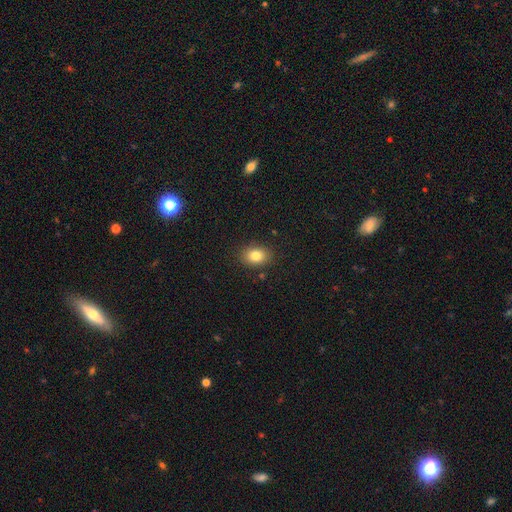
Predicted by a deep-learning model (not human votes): A smooth galaxy with no disk features (82%) that is in between round and cigar-shaped (65%).

Vote fractions:
- Smooth or featured? smooth: 82% / star or artifact: 10% / featured or disk: 8%
- How rounded? in between: 65% / round: 34% / cigar-shaped: 1%
- Merging? none: 87% / minor disturbance: 9% / major disturbance: 2% / merger: 2%